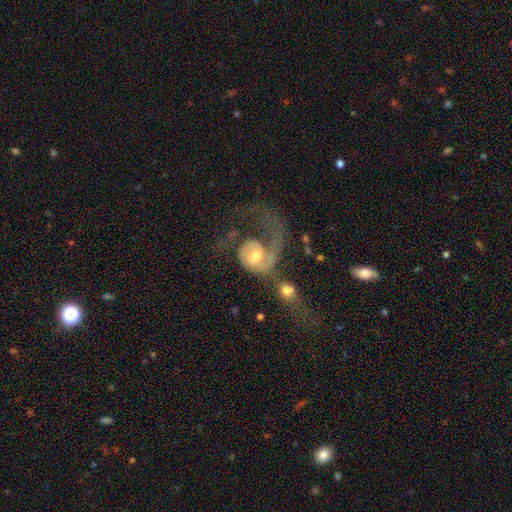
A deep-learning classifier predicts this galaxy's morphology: Smooth or featured: featured or disk — 74% (smooth — 20%)
Edge-on disk: no — 97% (yes — 3%)
Bar: no — 61% (weak — 32%)
Spiral arms: yes — 87% (no — 13%)
Spiral winding: loose — 55% (medium — 32%)
Spiral arm count: 1 — 66% (2 — 24%)
Bulge size: moderate — 62% (small — 25%)
Merging: merger — 38% (major disturbance — 35%)